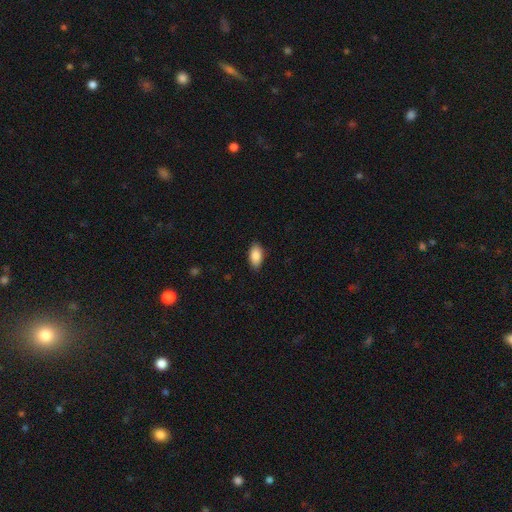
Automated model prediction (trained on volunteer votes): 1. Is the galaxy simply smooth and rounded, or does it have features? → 88% smooth, 7% star or artifact, 5% featured or disk.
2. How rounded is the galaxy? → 93% in between, 3% round, 3% cigar-shaped.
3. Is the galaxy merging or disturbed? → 86% none, 11% minor disturbance, 2% major disturbance, 1% merger.